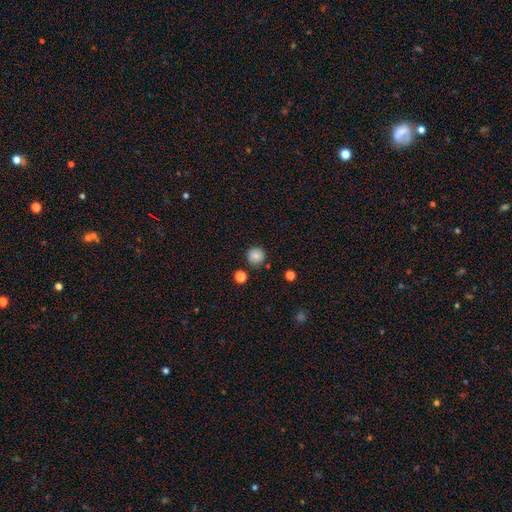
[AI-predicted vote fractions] Q: Smooth or featured?
A: smooth (82%); runner-up: star or artifact (10%)
Q: How rounded?
A: round (95%); runner-up: in between (4%)
Q: Merging?
A: none (87%); runner-up: minor disturbance (8%)